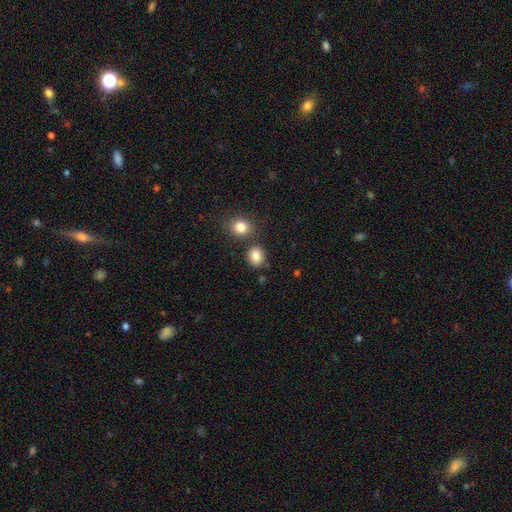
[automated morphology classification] Q: Smooth or featured?
A: smooth (84%); runner-up: star or artifact (11%)
Q: How rounded?
A: round (71%); runner-up: in between (28%)
Q: Merging?
A: none (77%); runner-up: merger (11%)